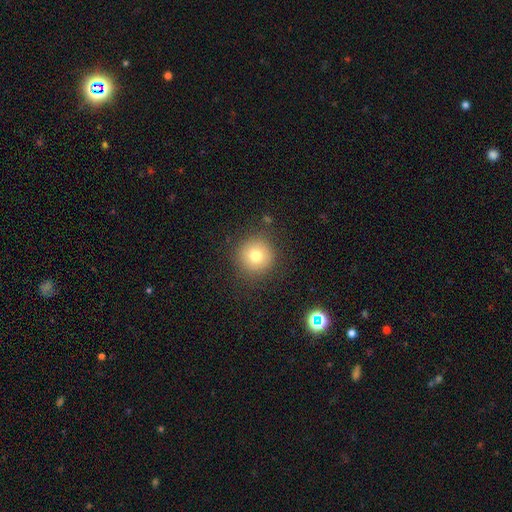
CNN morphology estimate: Smooth or featured? smooth (76%)
How rounded? round (95%)
Merging? none (87%)